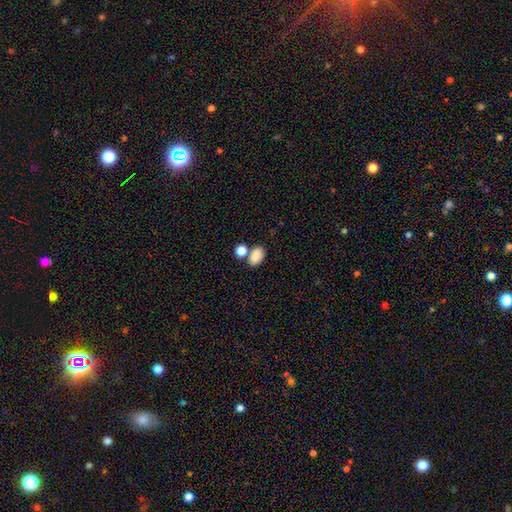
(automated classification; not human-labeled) A smooth galaxy with no disk features (86%) that is in between round and cigar-shaped (87%).

Vote fractions:
- Smooth or featured? smooth: 86% / star or artifact: 9% / featured or disk: 5%
- How rounded? in between: 87% / round: 12% / cigar-shaped: 1%
- Merging? none: 61% / merger: 25% / minor disturbance: 11% / major disturbance: 4%